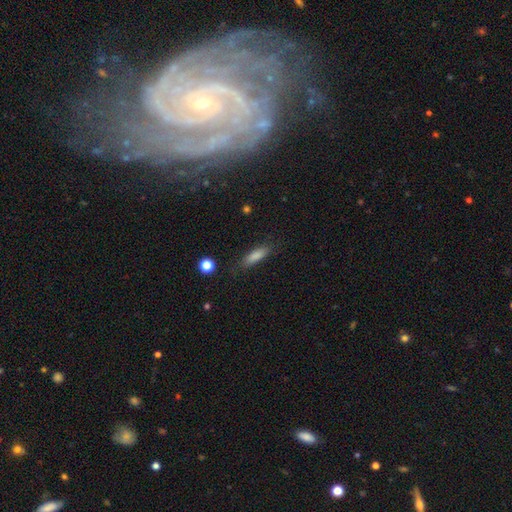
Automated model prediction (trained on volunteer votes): smooth-or-featured: smooth: 83% | featured or disk: 9% | star or artifact: 8%
  how-rounded: cigar-shaped: 54% | in between: 44% | round: 2%
  merging: none: 77% | minor disturbance: 16% | major disturbance: 5% | merger: 2%